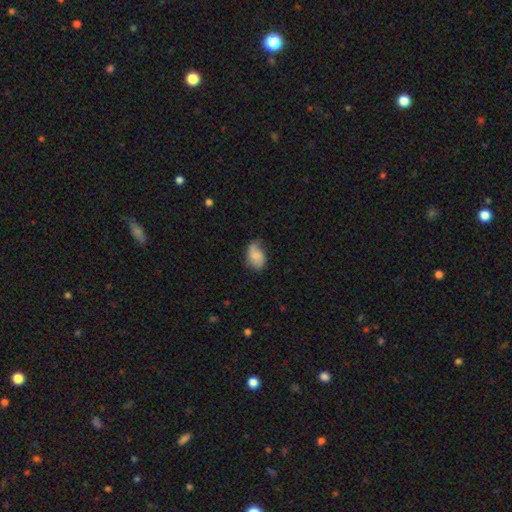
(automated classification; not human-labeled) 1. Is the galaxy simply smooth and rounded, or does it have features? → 71% smooth, 22% featured or disk, 8% star or artifact.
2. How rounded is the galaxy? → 87% in between, 12% round, 1% cigar-shaped.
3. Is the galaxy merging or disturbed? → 49% none, 36% minor disturbance, 12% major disturbance, 2% merger.